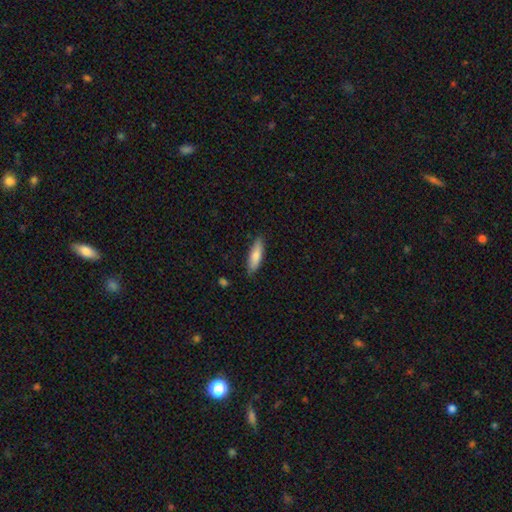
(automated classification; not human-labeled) Morphology: type=smooth (79%); roundness=cigar-shaped (55%); merging=none (85%).